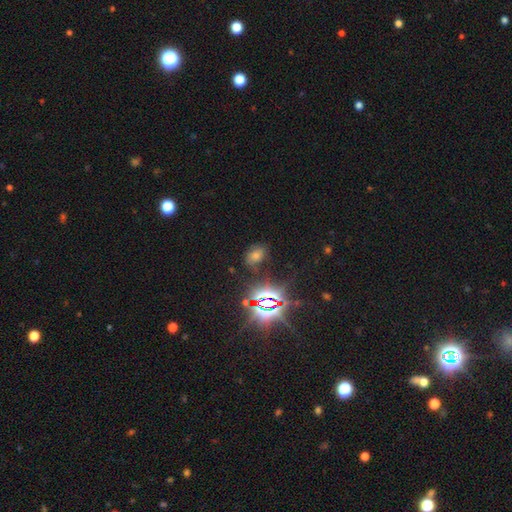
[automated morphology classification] Smooth or featured: star or artifact — 54% (smooth — 31%)